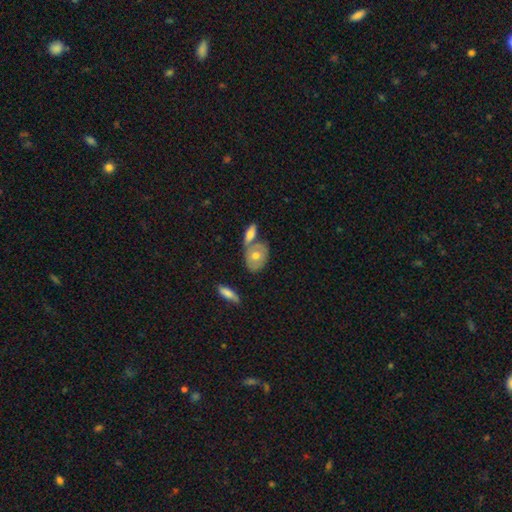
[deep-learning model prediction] A smooth galaxy with no disk features (56%) that is in between round and cigar-shaped (76%). Merging: none (43%).